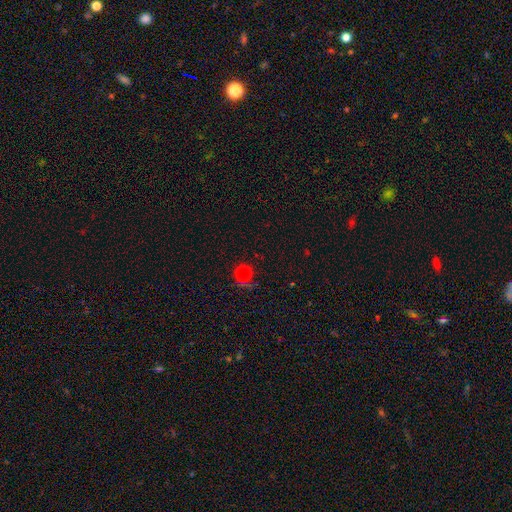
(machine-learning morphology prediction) Q: Smooth or featured?
A: smooth (69%); runner-up: star or artifact (23%)
Q: How rounded?
A: round (92%); runner-up: in between (7%)
Q: Merging?
A: none (75%); runner-up: minor disturbance (13%)